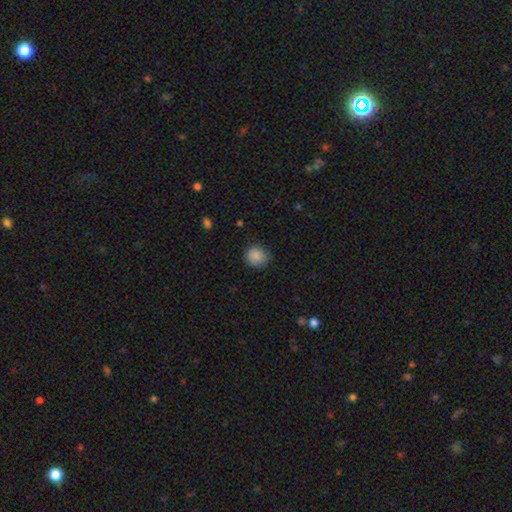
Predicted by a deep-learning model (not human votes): Smooth or featured? smooth (87%)
How rounded? round (80%)
Merging? none (77%)